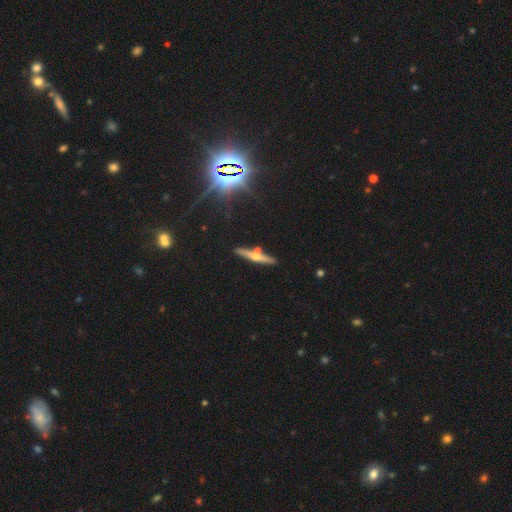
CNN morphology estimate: type=featured or disk (56%); edge-on=yes (95%); edge-on bulge=rounded (85%); merging=none (79%).